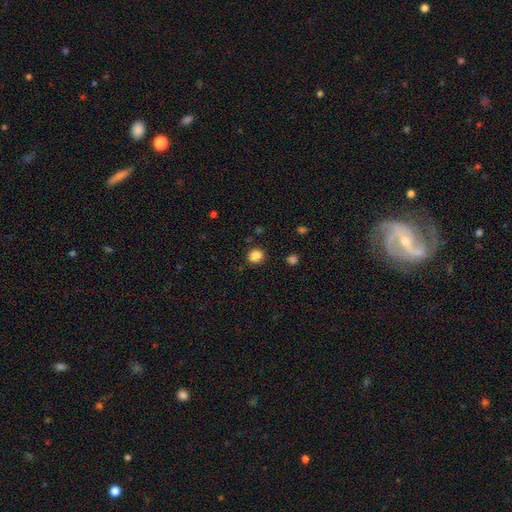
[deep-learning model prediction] This appears to be a smooth galaxy with no disk features (86%) that is round (81%). Merging: none (88%).